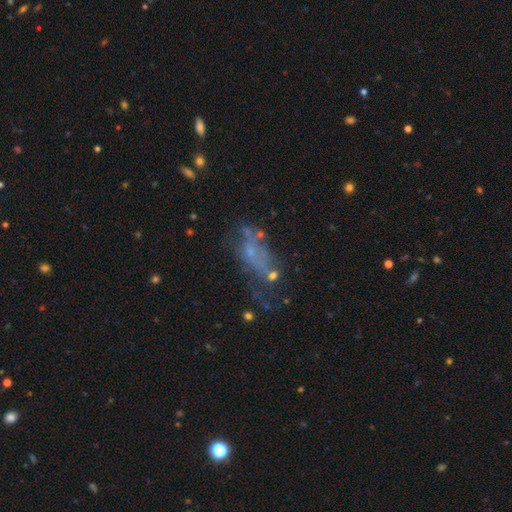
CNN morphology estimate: featured or disk 44%, smooth 33%, star or artifact 23%. Down the decision tree: merging — none (34%).